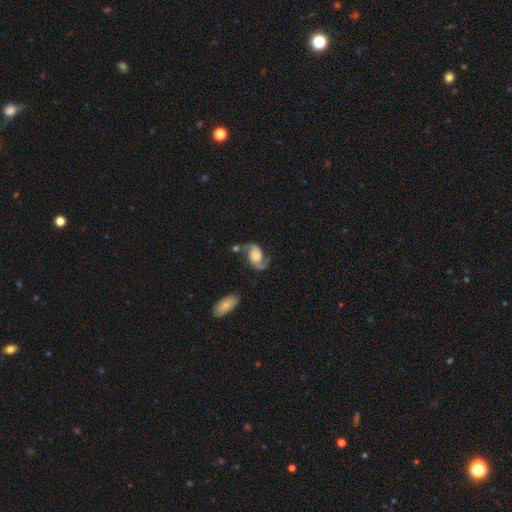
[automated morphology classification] A featured or disk galaxy (84%) with no bar (63%), 2 (93%) medium (45%) spiral arms (96%) and a moderate central bulge (29%). Merging: none (62%).